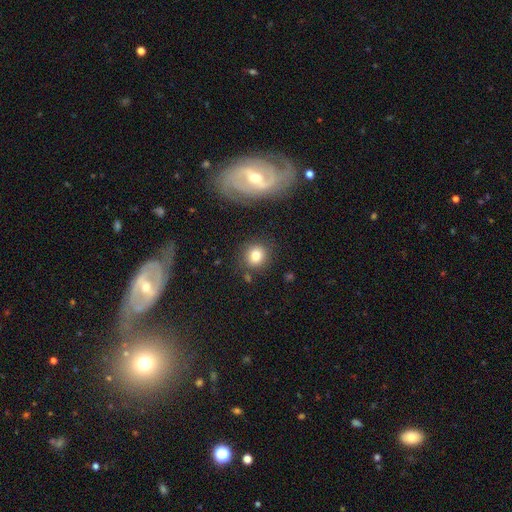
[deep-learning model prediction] Q: Smooth or featured?
A: smooth (81%); runner-up: star or artifact (10%)
Q: How rounded?
A: round (80%); runner-up: in between (19%)
Q: Merging?
A: none (82%); runner-up: minor disturbance (10%)